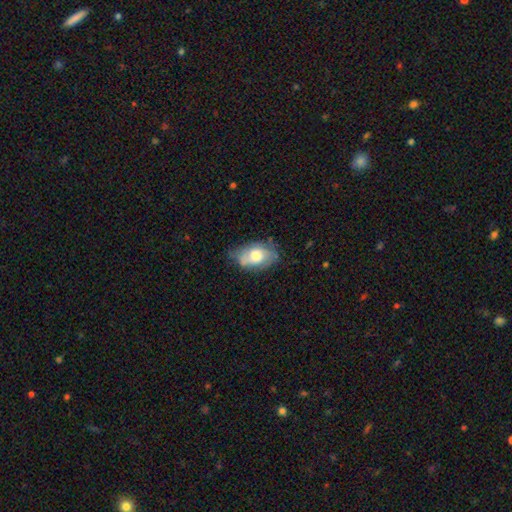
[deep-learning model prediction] Morphology: type=smooth (60%); roundness=in between (89%); merging=none (53%).